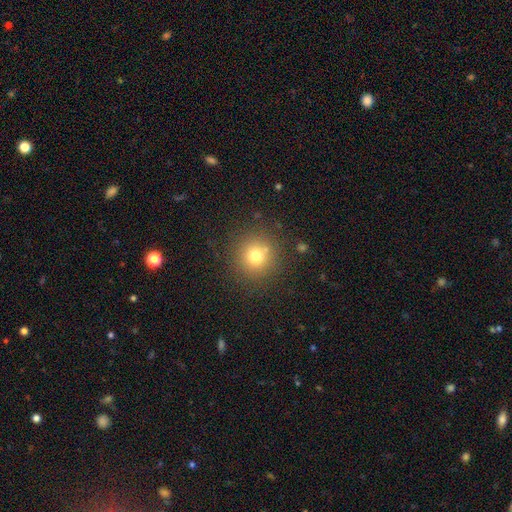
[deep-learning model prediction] Smooth or featured? Predicted: smooth (p=0.75). How rounded? Predicted: round (p=0.93). Merging? Predicted: none (p=0.81).